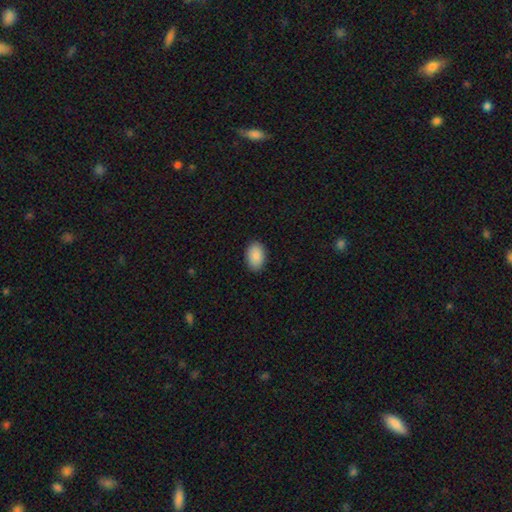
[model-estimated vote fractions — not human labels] smooth-or-featured: smooth: 89% | star or artifact: 7% | featured or disk: 4%
  how-rounded: in between: 90% | round: 9% | cigar-shaped: 1%
  merging: none: 90% | minor disturbance: 8% | major disturbance: 2% | merger: 1%